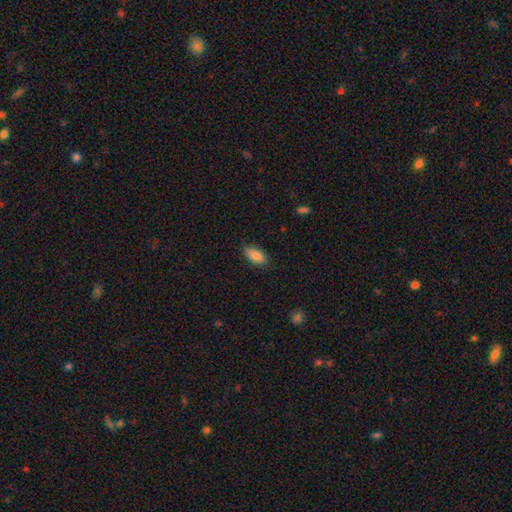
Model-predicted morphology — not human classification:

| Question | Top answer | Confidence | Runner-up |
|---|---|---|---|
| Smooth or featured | smooth | 86% | star or artifact (7%) |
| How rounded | in between | 91% | cigar-shaped (6%) |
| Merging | none | 84% | minor disturbance (13%) |